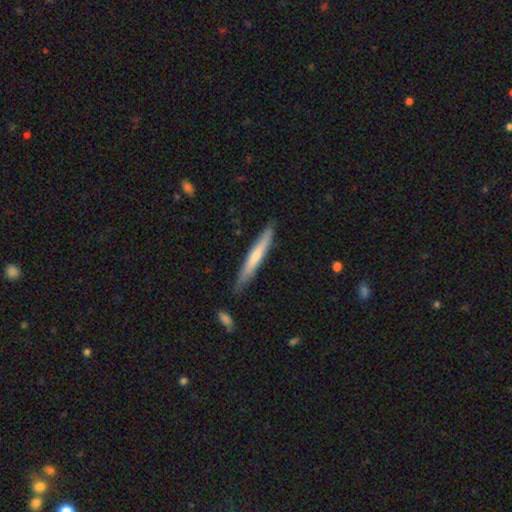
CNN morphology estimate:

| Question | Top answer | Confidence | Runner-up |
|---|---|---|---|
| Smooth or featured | smooth | 53% | featured or disk (42%) |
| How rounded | cigar-shaped | 96% | in between (3%) |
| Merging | none | 84% | minor disturbance (12%) |